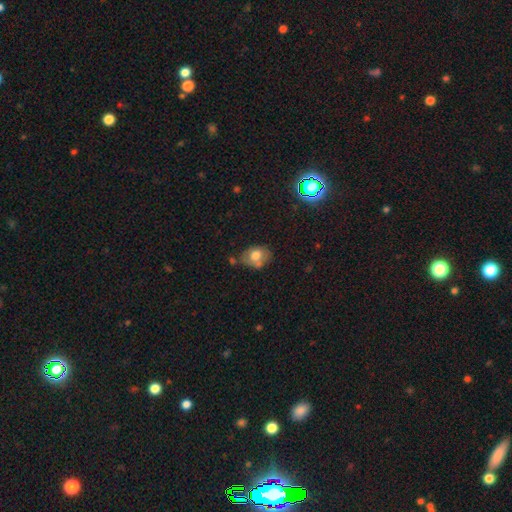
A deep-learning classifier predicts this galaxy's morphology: Overall: smooth (69%). How rounded: in between (66%; round 32%). Merging: none (49%; minor disturbance 27%).